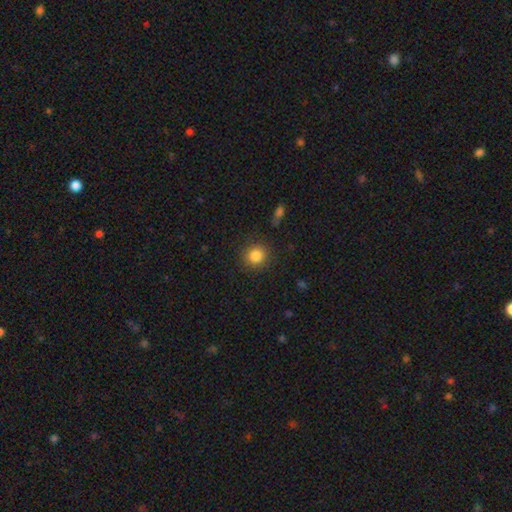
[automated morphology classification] This is clearly a smooth galaxy (84%). How rounded: clearly round (88%). Merging: clearly none (87%).